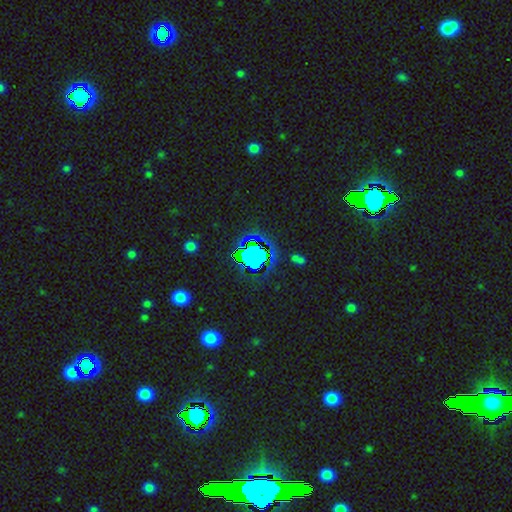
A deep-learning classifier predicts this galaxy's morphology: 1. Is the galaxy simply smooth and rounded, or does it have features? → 69% star or artifact, 22% smooth, 10% featured or disk.